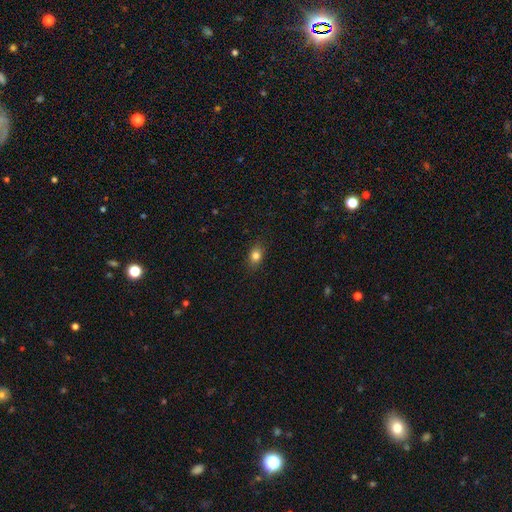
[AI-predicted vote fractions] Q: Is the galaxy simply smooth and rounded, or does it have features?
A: smooth — 81%.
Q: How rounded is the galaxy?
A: in between — 67%.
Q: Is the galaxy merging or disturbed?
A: none — 85%.